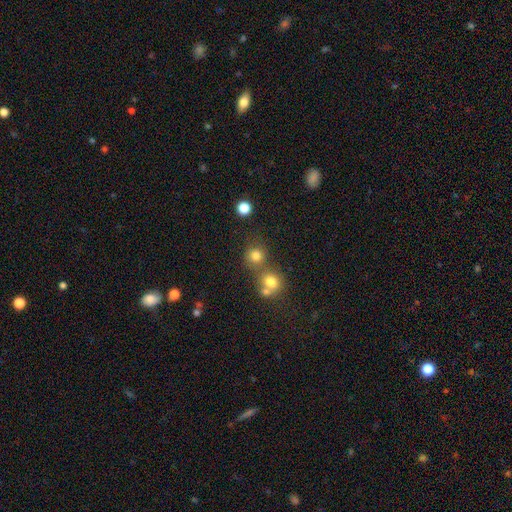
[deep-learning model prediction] Q: Smooth or featured?
A: smooth (78%); runner-up: star or artifact (14%)
Q: How rounded?
A: round (88%); runner-up: in between (11%)
Q: Merging?
A: none (58%); runner-up: merger (29%)